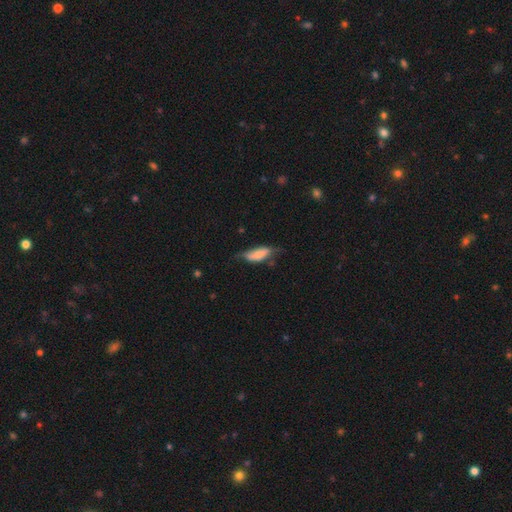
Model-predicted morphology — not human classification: smooth_or_featured: smooth (p=0.72) [alt: featured or disk p=0.20]
how_rounded: in between (p=0.72) [alt: cigar-shaped p=0.26]
merging: none (p=0.41) [alt: minor disturbance p=0.39]